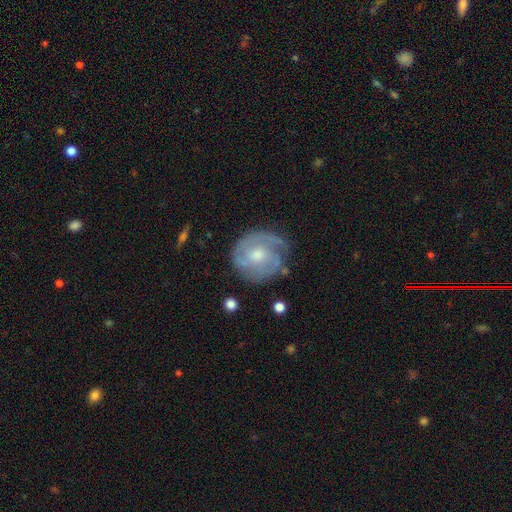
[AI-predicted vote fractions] smooth_or_featured: featured or disk (p=0.72) [alt: smooth p=0.22]
disk_edge_on: no (p=0.97) [alt: yes p=0.03]
bar: no (p=0.69) [alt: weak p=0.27]
has_spiral_arms: yes (p=0.86) [alt: no p=0.14]
spiral_winding: tight (p=0.61) [alt: medium p=0.28]
spiral_arm_count: can't tell (p=0.33) [alt: 2 p=0.28]
bulge_size: moderate (p=0.61) [alt: small p=0.30]
merging: none (p=0.68) [alt: minor disturbance p=0.21]